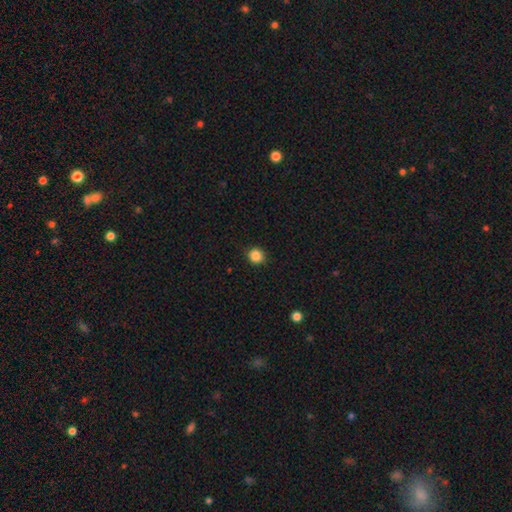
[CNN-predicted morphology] Q: Smooth or featured?
A: smooth (86%); runner-up: star or artifact (11%)
Q: How rounded?
A: round (89%); runner-up: in between (10%)
Q: Merging?
A: none (89%); runner-up: minor disturbance (8%)